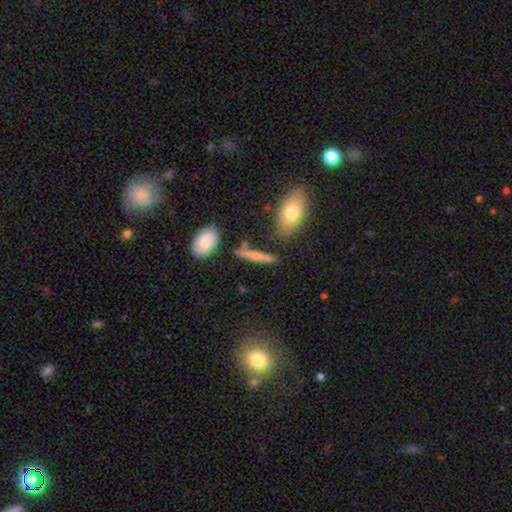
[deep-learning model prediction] Smooth or featured: smooth — 59% (featured or disk — 32%)
How rounded: cigar-shaped — 83% (in between — 13%)
Merging: none — 77% (minor disturbance — 12%)